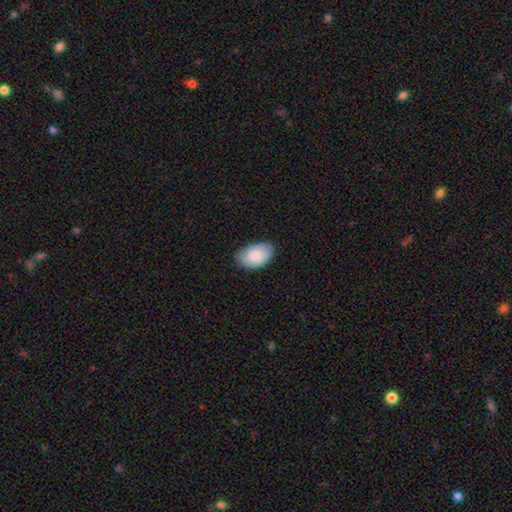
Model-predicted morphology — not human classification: This appears to be a smooth galaxy with no disk features (87%) that is in between round and cigar-shaped (94%). Merging: none (82%).